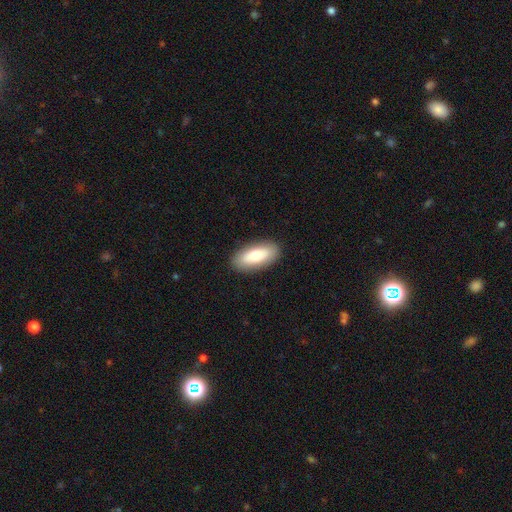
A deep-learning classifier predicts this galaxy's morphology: This appears to be a smooth galaxy with no disk features (75%) that is in between round and cigar-shaped (88%). Merging: none (89%).